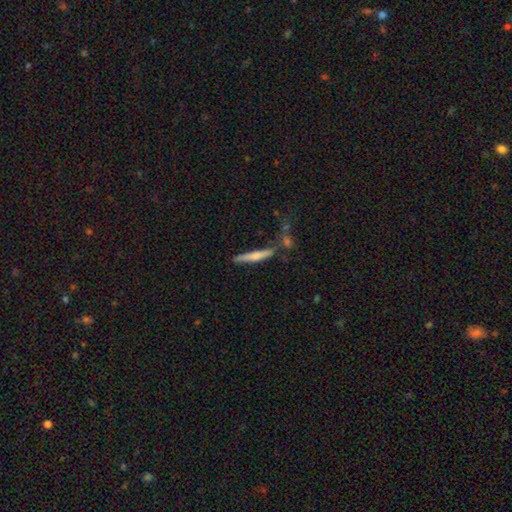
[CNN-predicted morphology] This is possibly a smooth galaxy (57%). How rounded: clearly cigar-shaped (93%). Merging: likely none (69%).